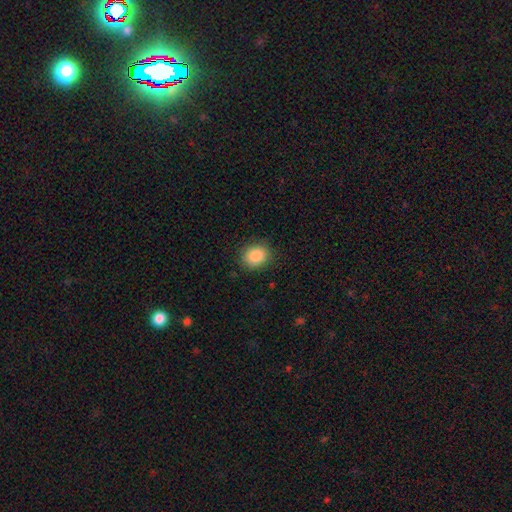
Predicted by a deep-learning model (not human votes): A smooth galaxy with no disk features (87%) that is round (62%).

Vote fractions:
- Smooth or featured? smooth: 87% / star or artifact: 9% / featured or disk: 4%
- How rounded? round: 62% / in between: 37% / cigar-shaped: 1%
- Merging? none: 86% / minor disturbance: 10% / major disturbance: 3% / merger: 1%